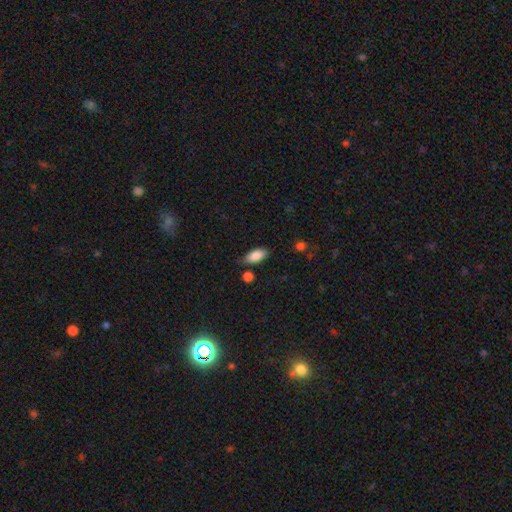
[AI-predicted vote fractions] This appears to be a smooth galaxy with no disk features (86%) that is in between round and cigar-shaped (90%). Merging: none (74%).